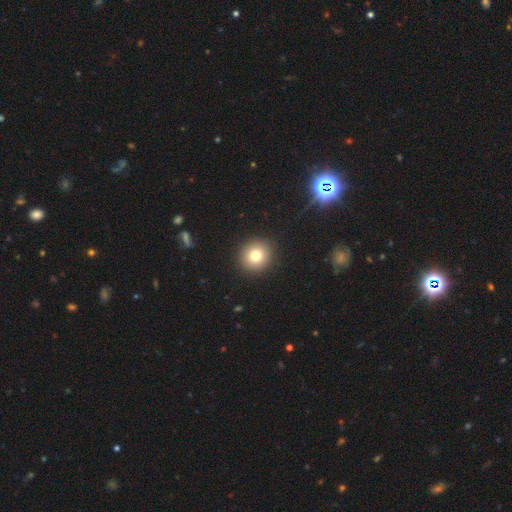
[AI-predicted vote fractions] A smooth galaxy with no disk features (78%) that is round (91%). Merging: none (92%).